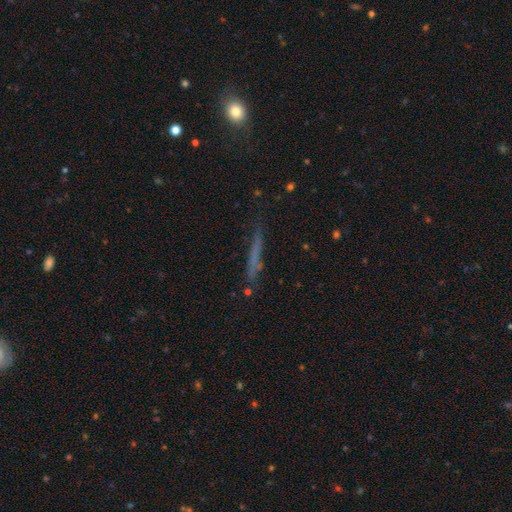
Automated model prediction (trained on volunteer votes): This is possibly a smooth galaxy (48%). Merging: likely none (79%).